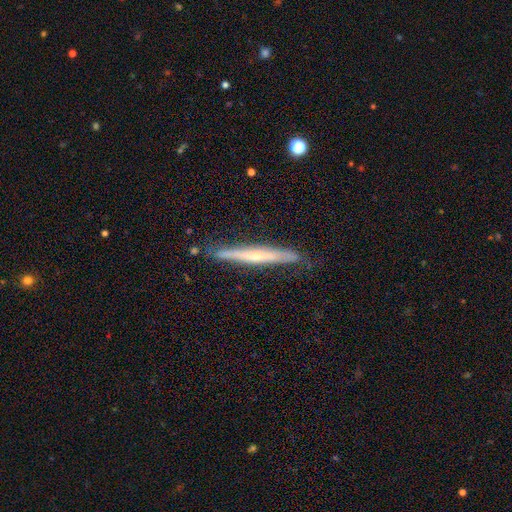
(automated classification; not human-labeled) This is likely a featured or disk galaxy (62%). It is clearly viewed edge-on (94%). Edge-on bulge: possibly rounded (51%). Merging: clearly none (81%).